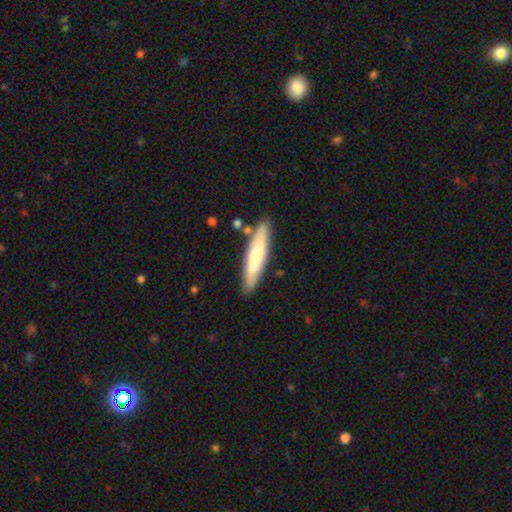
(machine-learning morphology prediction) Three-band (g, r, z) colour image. It shows a smooth galaxy with no disk features (54%) that is cigar-shaped (88%). Merging: none (85%).